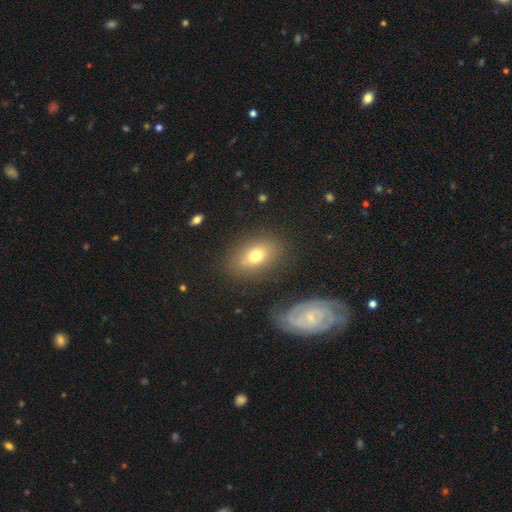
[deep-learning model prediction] Morphology: type=smooth (71%); roundness=in between (79%); merging=none (81%).